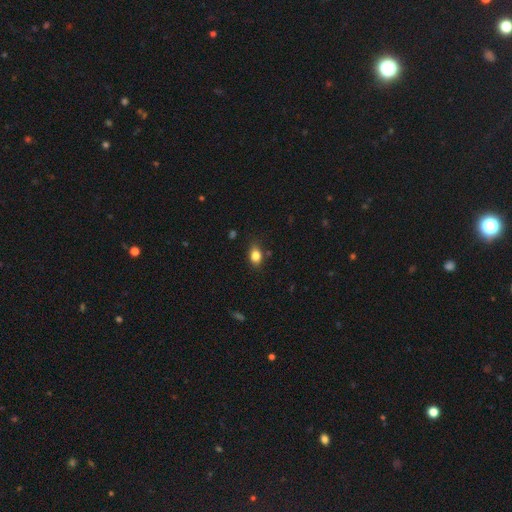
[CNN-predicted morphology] Smooth or featured? smooth (84%)
How rounded? in between (76%)
Merging? none (78%)